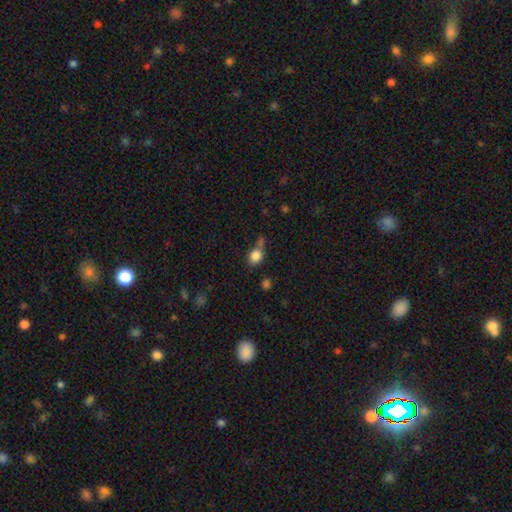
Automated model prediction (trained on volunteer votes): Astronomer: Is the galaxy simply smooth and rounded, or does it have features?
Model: smooth — 84%.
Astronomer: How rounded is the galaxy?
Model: round — 52% (runner-up: in between, 47%).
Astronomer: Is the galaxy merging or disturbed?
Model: none — 51%.